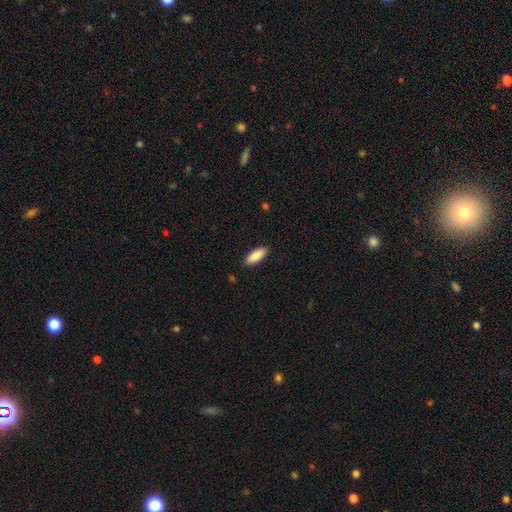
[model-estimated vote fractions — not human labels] smooth 88%, featured or disk 6%, star or artifact 6%. Down the decision tree: how rounded — in between (76%); merging — none (89%).